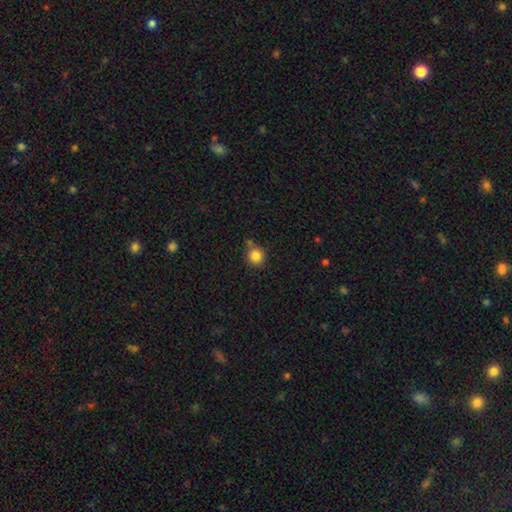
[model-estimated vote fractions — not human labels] A smooth galaxy with no disk features (84%) that is round (92%).

Vote fractions:
- Smooth or featured? smooth: 84% / star or artifact: 11% / featured or disk: 5%
- How rounded? round: 92% / in between: 7% / cigar-shaped: 1%
- Merging? none: 72% / minor disturbance: 13% / merger: 13% / major disturbance: 3%